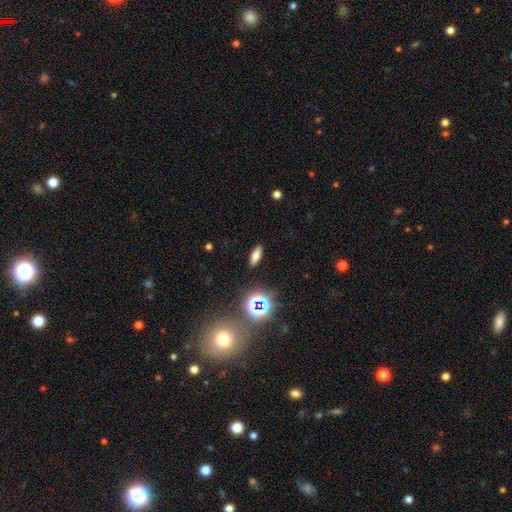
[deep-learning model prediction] A smooth galaxy with no disk features (67%) that is in between round and cigar-shaped (60%).

Vote fractions:
- Smooth or featured? smooth: 67% / star or artifact: 20% / featured or disk: 13%
- How rounded? in between: 60% / cigar-shaped: 35% / round: 5%
- Merging? none: 89% / minor disturbance: 7% / major disturbance: 2% / merger: 1%